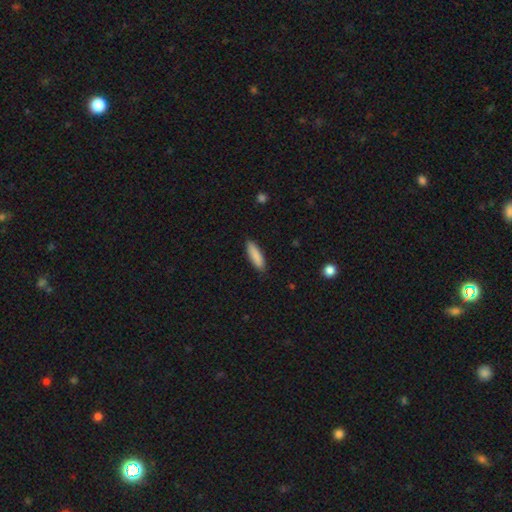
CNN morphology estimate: A smooth galaxy with no disk features (88%) that is cigar-shaped (61%).

Vote fractions:
- Smooth or featured? smooth: 88% / featured or disk: 7% / star or artifact: 6%
- How rounded? cigar-shaped: 61% / in between: 37% / round: 1%
- Merging? none: 88% / minor disturbance: 9% / major disturbance: 2% / merger: 1%